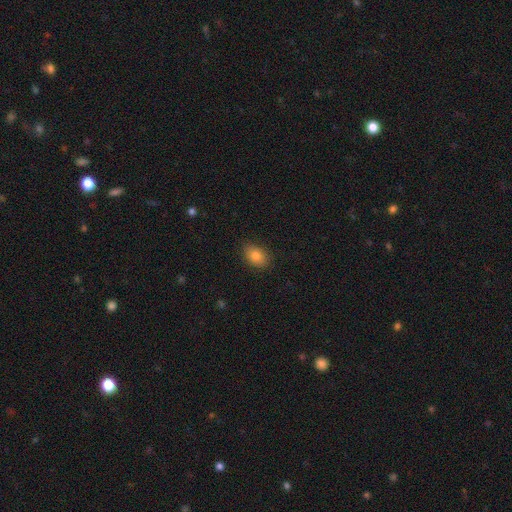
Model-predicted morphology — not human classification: type=smooth (82%); roundness=in between (80%); merging=none (85%).